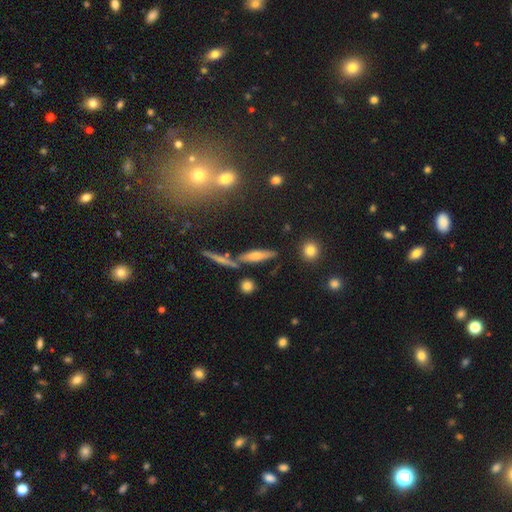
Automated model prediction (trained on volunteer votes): featured or disk 46%, smooth 40%, star or artifact 14%. Down the decision tree: merging — none (76%).